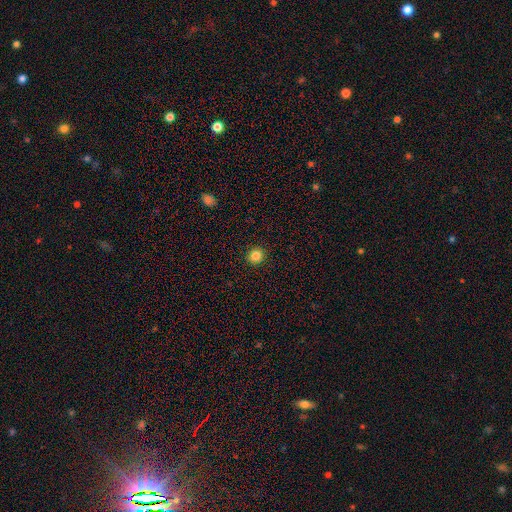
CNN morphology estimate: smooth 84%, star or artifact 11%, featured or disk 5%. Down the decision tree: how rounded — round (92%); merging — none (93%).